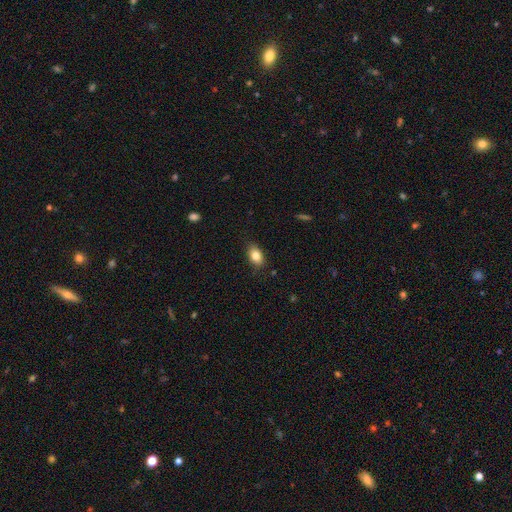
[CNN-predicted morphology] Q: Smooth or featured?
A: smooth (82%); runner-up: featured or disk (9%)
Q: How rounded?
A: in between (85%); runner-up: round (13%)
Q: Merging?
A: none (84%); runner-up: minor disturbance (13%)